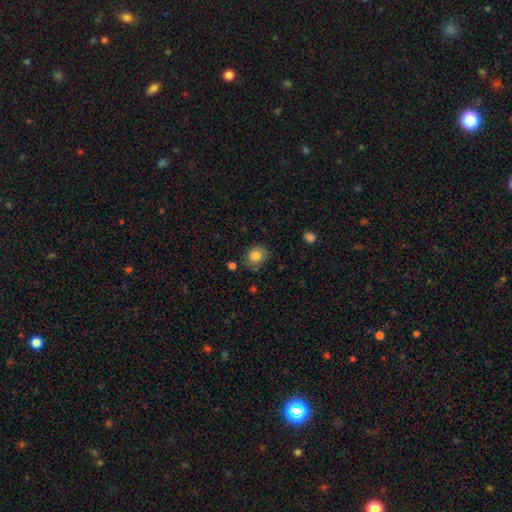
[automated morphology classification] A smooth galaxy with no disk features (83%) that is round (71%). Merging: none (78%).